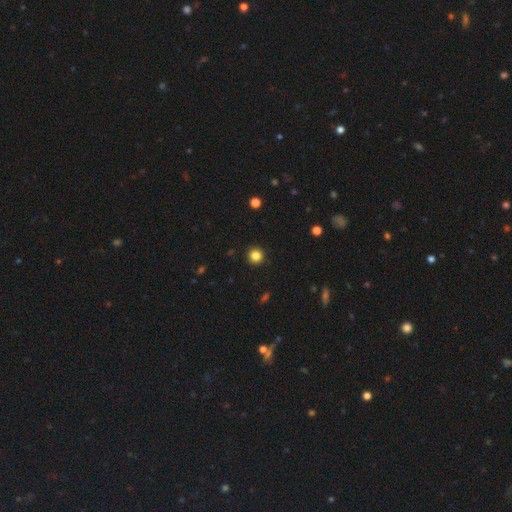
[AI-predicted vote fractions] This appears to be a smooth galaxy with no disk features (84%) that is round (95%). Merging: none (93%).